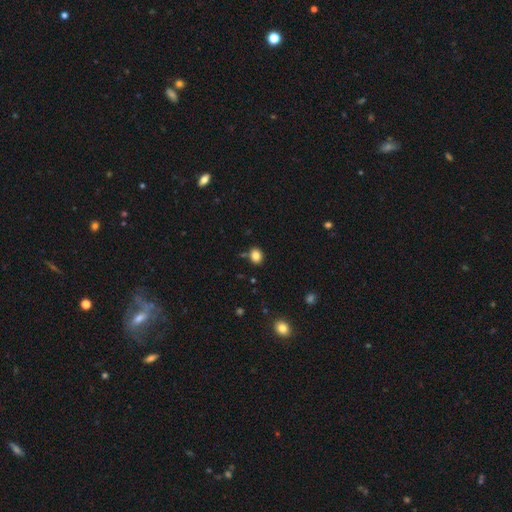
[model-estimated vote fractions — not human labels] This appears to be a smooth galaxy with no disk features (84%) that is round (58%). Merging: none (80%).